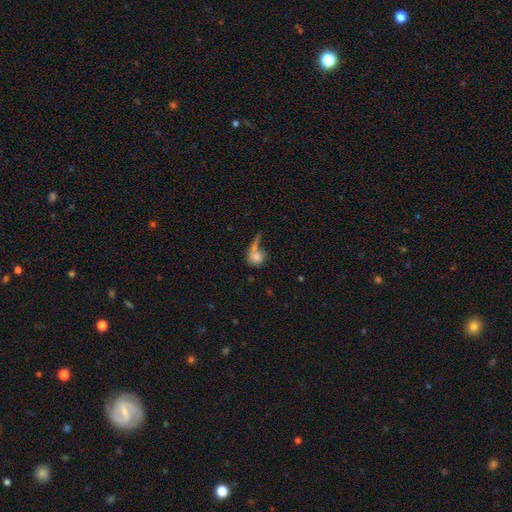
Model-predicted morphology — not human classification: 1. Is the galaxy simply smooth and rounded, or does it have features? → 70% smooth, 19% featured or disk, 10% star or artifact.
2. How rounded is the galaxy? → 62% round, 33% in between, 5% cigar-shaped.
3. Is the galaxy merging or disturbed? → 32% none, 29% merger, 26% major disturbance, 13% minor disturbance.